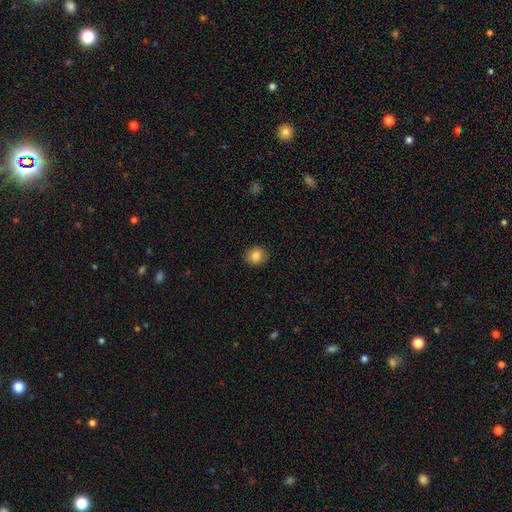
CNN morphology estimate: A smooth galaxy with no disk features (84%) that is round (84%). Merging: none (90%).